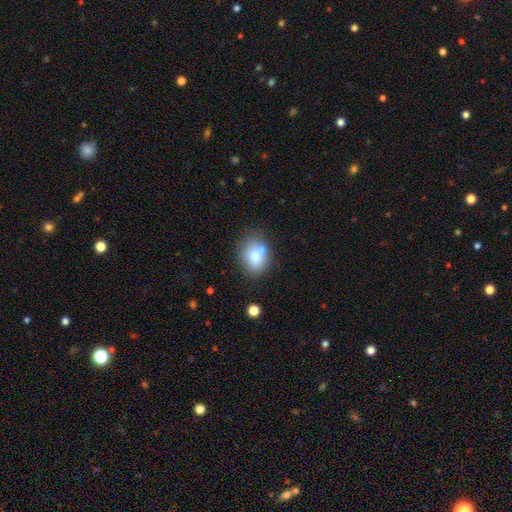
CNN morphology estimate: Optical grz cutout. It shows a smooth galaxy with no disk features (75%) that is in between round and cigar-shaped (61%). Merging: none (58%).